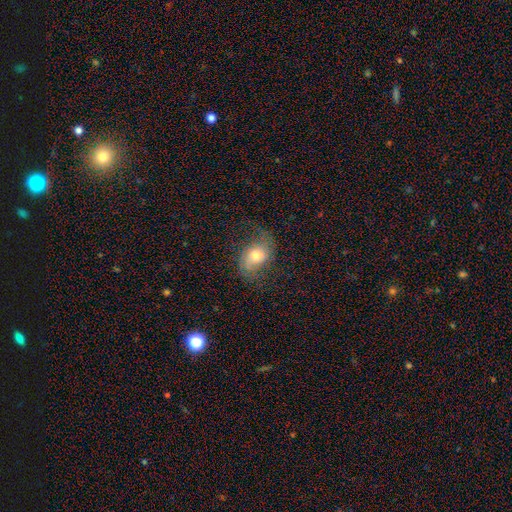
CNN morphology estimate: Q: Smooth or featured?
A: featured or disk (54%); runner-up: smooth (36%)
Q: Edge-on disk?
A: no (95%); runner-up: yes (5%)
Q: Bar?
A: no (63%); runner-up: weak (28%)
Q: Spiral arms?
A: yes (84%); runner-up: no (16%)
Q: Bulge size?
A: moderate (62%); runner-up: small (26%)
Q: Merging?
A: none (61%); runner-up: minor disturbance (21%)